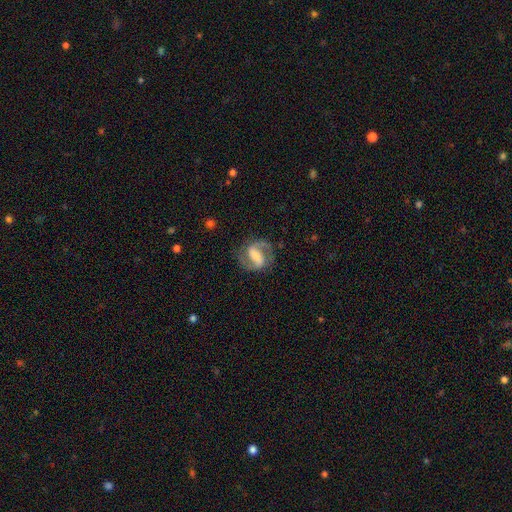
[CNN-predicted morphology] This appears to be a featured or disk galaxy (85%) with a strong bar (58%), 2 (92%) medium (58%) spiral arms (95%) and a moderate central bulge (36%). Merging: none (80%).